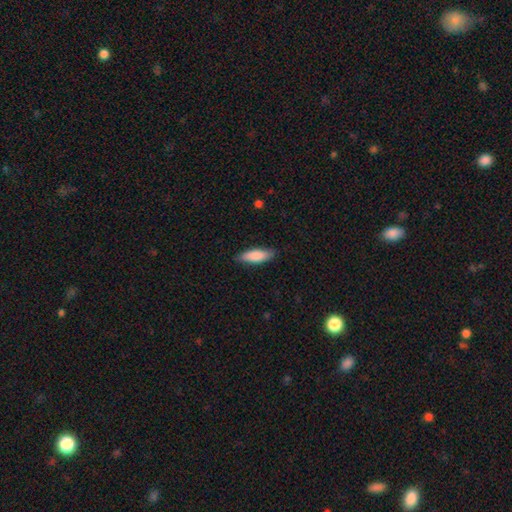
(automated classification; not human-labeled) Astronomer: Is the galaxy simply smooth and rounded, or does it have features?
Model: smooth — 84%.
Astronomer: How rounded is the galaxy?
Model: in between — 60% (runner-up: cigar-shaped, 38%).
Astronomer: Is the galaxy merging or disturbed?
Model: none — 85%.